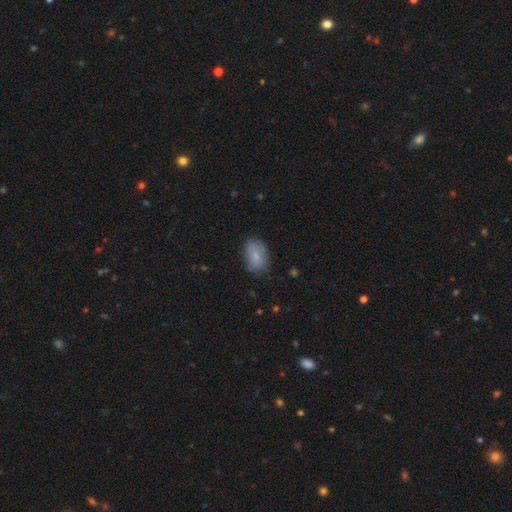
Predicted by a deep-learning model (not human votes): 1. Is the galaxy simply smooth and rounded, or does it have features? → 79% smooth, 13% featured or disk, 8% star or artifact.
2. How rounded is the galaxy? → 88% in between, 10% round, 2% cigar-shaped.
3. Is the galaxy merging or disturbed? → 73% none, 21% minor disturbance, 5% major disturbance, 2% merger.